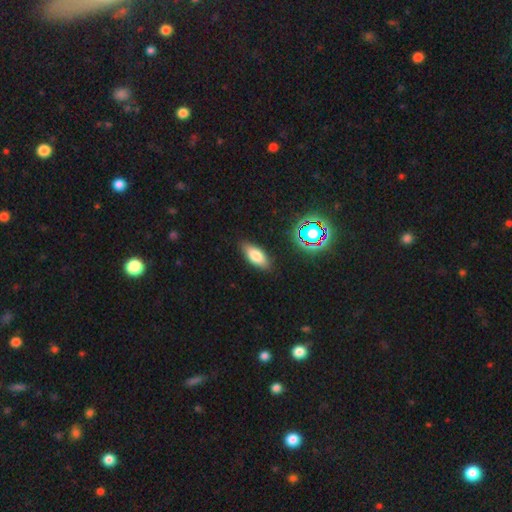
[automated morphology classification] Smooth or featured?
  - smooth: 76% *
  - featured or disk: 13%
  - star or artifact: 10%
How rounded?
  - in between: 82% *
  - cigar-shaped: 15%
  - round: 3%
Merging?
  - none: 84% *
  - minor disturbance: 12%
  - major disturbance: 2%
  - merger: 2%